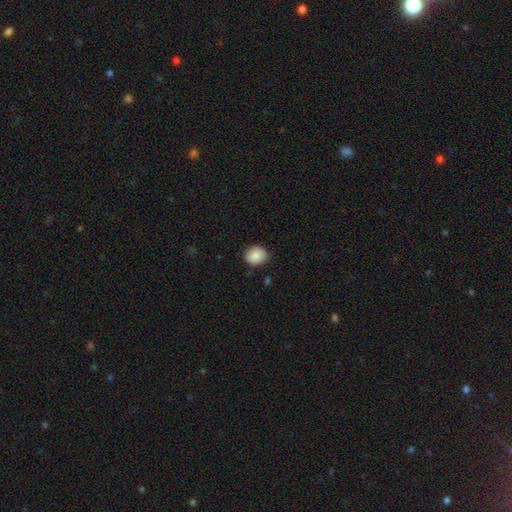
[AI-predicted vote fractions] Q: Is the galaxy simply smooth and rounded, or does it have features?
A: smooth — 86%.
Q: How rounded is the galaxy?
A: round — 64%.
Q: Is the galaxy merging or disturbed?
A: none — 85%.